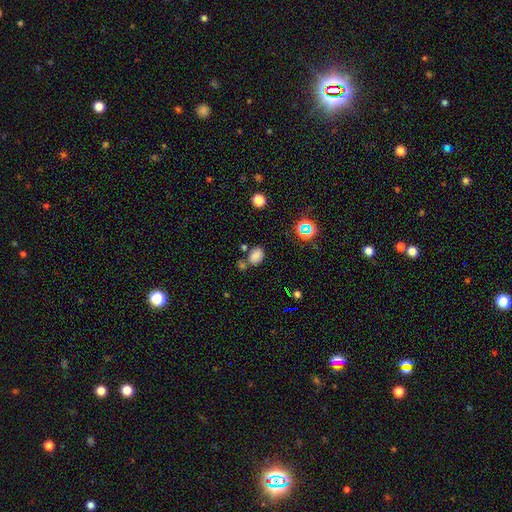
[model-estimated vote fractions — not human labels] Smooth or featured? Predicted: smooth (p=0.77). How rounded? Predicted: in between (p=0.81). Merging? Predicted: none (p=0.62).